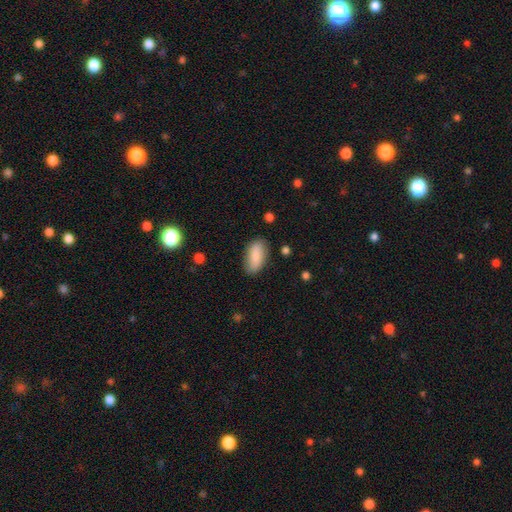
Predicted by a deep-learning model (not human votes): smooth 84%, featured or disk 9%, star or artifact 6%. Down the decision tree: how rounded — in between (89%); merging — none (81%).